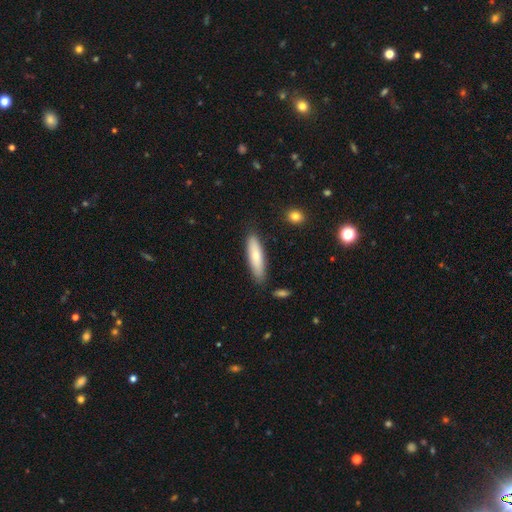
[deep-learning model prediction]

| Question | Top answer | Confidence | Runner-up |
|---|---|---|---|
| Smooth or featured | smooth | 73% | featured or disk (21%) |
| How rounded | cigar-shaped | 70% | in between (28%) |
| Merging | none | 84% | minor disturbance (12%) |